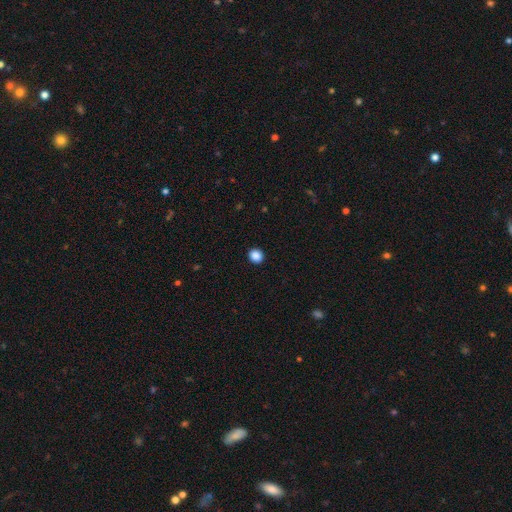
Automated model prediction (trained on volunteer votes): Morphology: type=smooth (89%); roundness=round (78%); merging=none (92%).